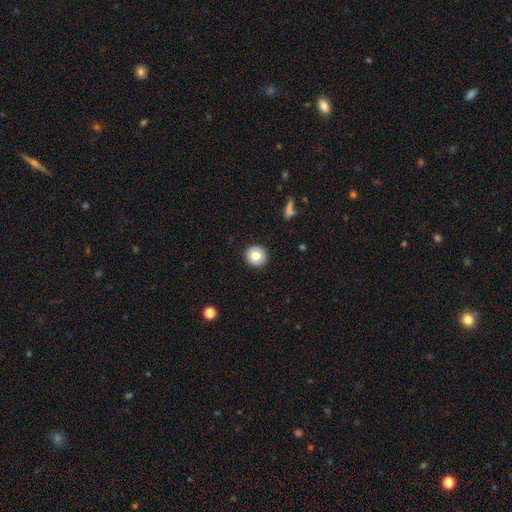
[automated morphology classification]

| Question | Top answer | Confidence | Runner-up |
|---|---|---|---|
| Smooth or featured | smooth | 74% | featured or disk (18%) |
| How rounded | round | 94% | in between (5%) |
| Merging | none | 92% | minor disturbance (5%) |